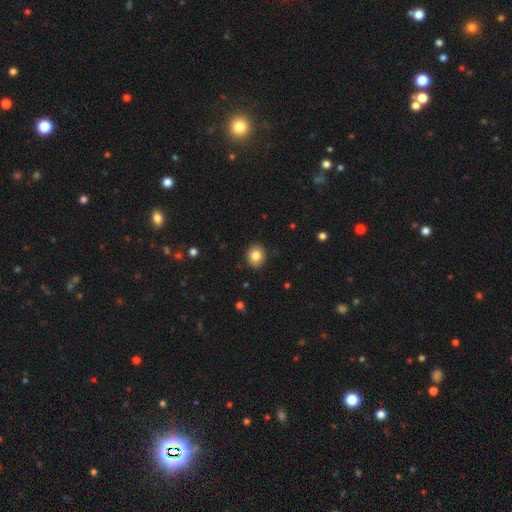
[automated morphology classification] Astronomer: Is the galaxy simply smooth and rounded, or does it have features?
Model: smooth — 83%.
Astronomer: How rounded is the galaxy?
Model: round — 71%.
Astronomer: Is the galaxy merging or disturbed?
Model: none — 90%.